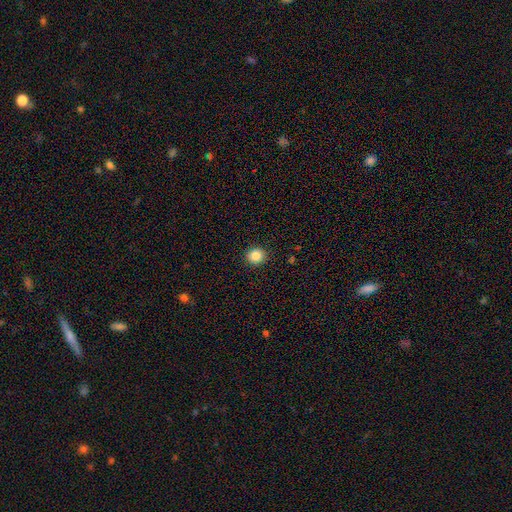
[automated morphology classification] A smooth galaxy with no disk features (86%) that is round (90%). Merging: none (92%).